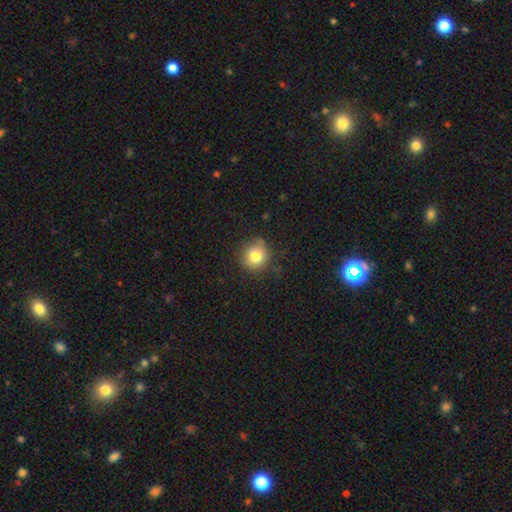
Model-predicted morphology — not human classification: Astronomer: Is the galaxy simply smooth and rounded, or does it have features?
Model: smooth — 80%.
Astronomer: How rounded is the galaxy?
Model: round — 90%.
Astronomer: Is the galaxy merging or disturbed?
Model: none — 79%.